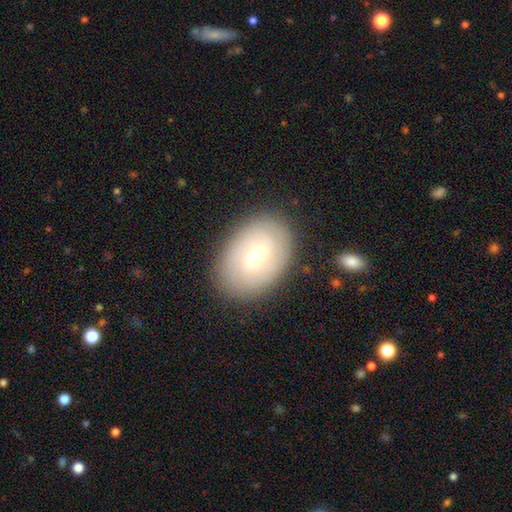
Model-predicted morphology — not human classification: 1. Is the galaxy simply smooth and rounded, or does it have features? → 63% featured or disk, 30% smooth, 7% star or artifact.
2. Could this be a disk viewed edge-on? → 95% no, 5% yes.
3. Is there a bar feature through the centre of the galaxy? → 57% weak, 27% no, 15% strong.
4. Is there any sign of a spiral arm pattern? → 77% yes, 23% no.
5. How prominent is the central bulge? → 65% small, 31% moderate, 2% large, 1% none, 1% dominant.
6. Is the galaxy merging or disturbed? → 85% none, 10% minor disturbance, 3% major disturbance, 1% merger.